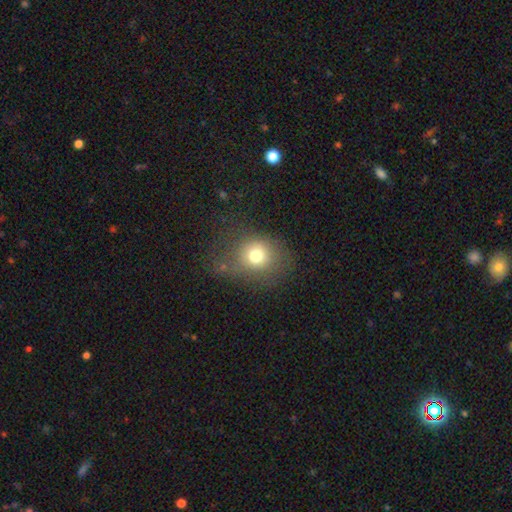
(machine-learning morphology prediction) This is likely a smooth galaxy (73%). How rounded: likely round (64%). Merging: possibly none (58%).